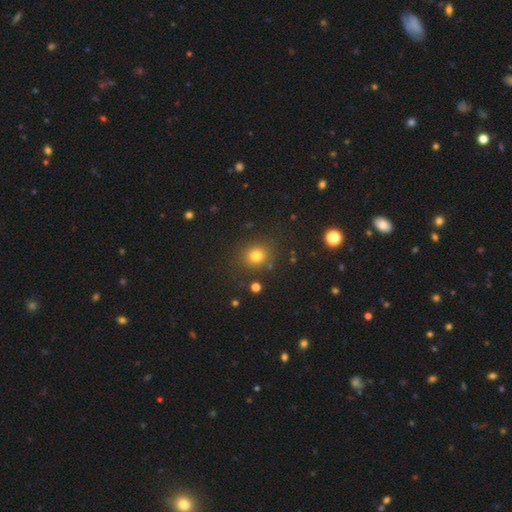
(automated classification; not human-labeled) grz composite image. It shows a smooth galaxy with no disk features (78%) that is round (80%). Merging: none (84%).